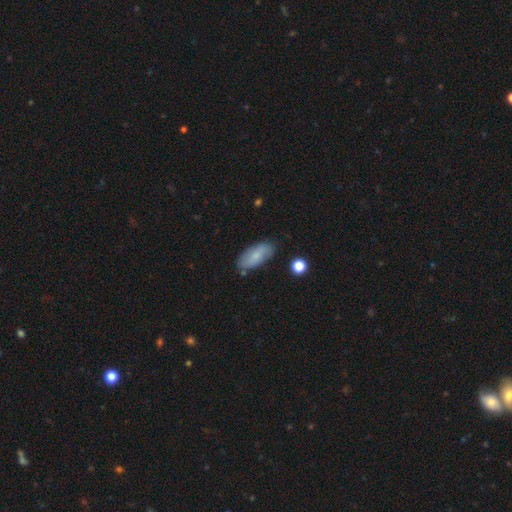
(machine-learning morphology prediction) The model was most divided on "smooth or featured": smooth: 71%, featured or disk: 22%, star or artifact: 7%. More confident: how rounded — in between (83%); merging — none (79%).